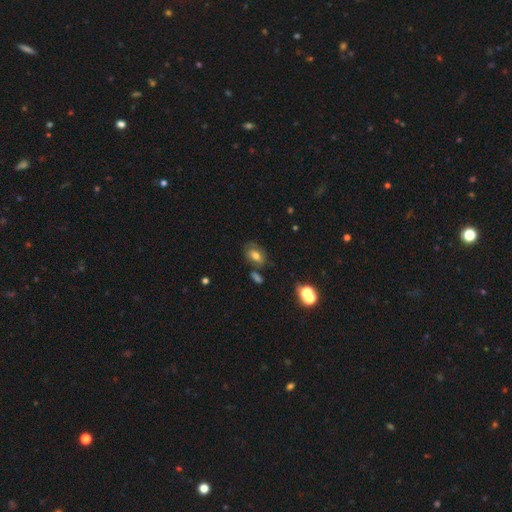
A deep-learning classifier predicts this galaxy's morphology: Smooth or featured? smooth (58%)
How rounded? in between (80%)
Merging? none (63%)